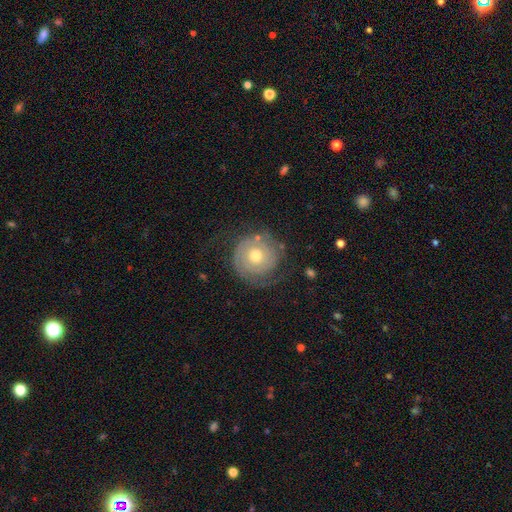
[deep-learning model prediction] This appears to be a featured or disk galaxy (68%) with no bar (83%), 2 (50%) tight (70%) spiral arms (85%) and a moderate central bulge (61%). Merging: none (68%).